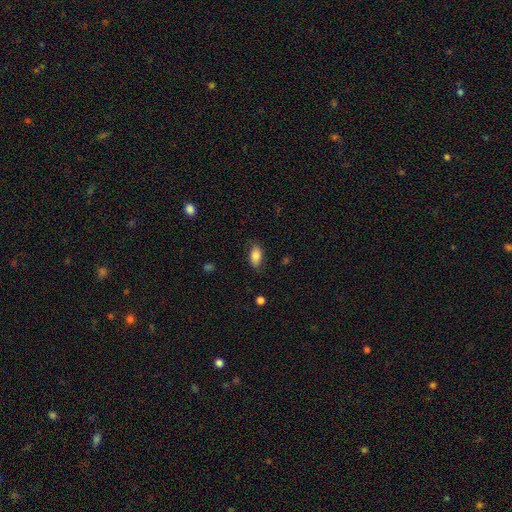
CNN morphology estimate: A smooth galaxy with no disk features (82%) that is in between round and cigar-shaped (91%).

Vote fractions:
- Smooth or featured? smooth: 82% / featured or disk: 10% / star or artifact: 8%
- How rounded? in between: 91% / round: 5% / cigar-shaped: 3%
- Merging? none: 80% / minor disturbance: 15% / major disturbance: 4% / merger: 1%